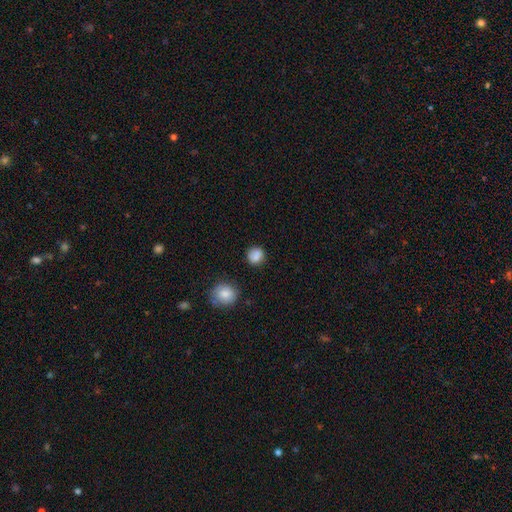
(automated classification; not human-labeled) Smooth or featured?
  - smooth: 84% *
  - star or artifact: 9%
  - featured or disk: 7%
How rounded?
  - round: 84% *
  - in between: 15%
  - cigar-shaped: 1%
Merging?
  - none: 78% *
  - minor disturbance: 13%
  - merger: 5%
  - major disturbance: 4%